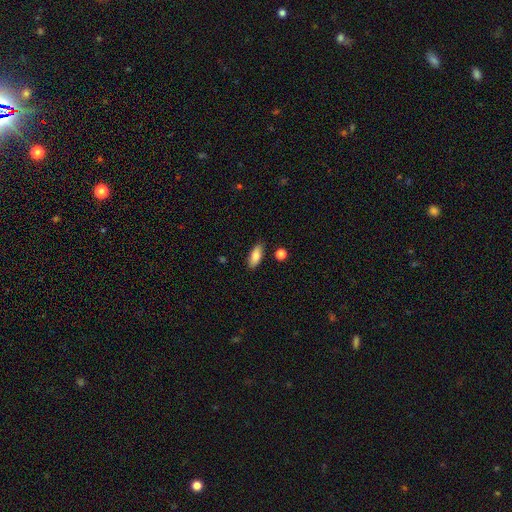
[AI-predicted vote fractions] smooth 81%, featured or disk 12%, star or artifact 7%. Down the decision tree: how rounded — in between (83%); merging — none (86%).